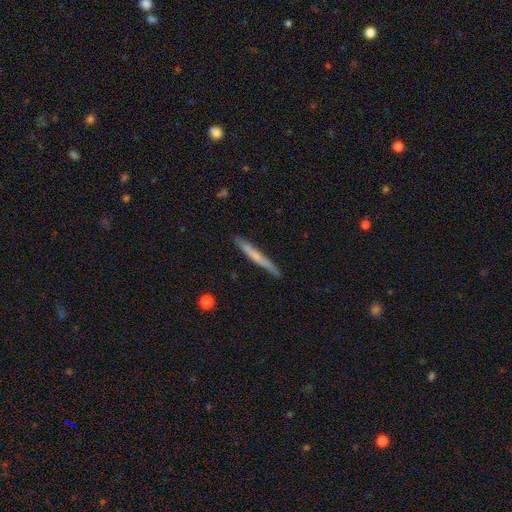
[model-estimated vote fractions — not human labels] Smooth or featured?
  - smooth: 55% *
  - featured or disk: 39%
  - star or artifact: 6%
How rounded?
  - cigar-shaped: 96% *
  - in between: 2%
  - round: 1%
Merging?
  - none: 83% *
  - minor disturbance: 13%
  - major disturbance: 2%
  - merger: 2%